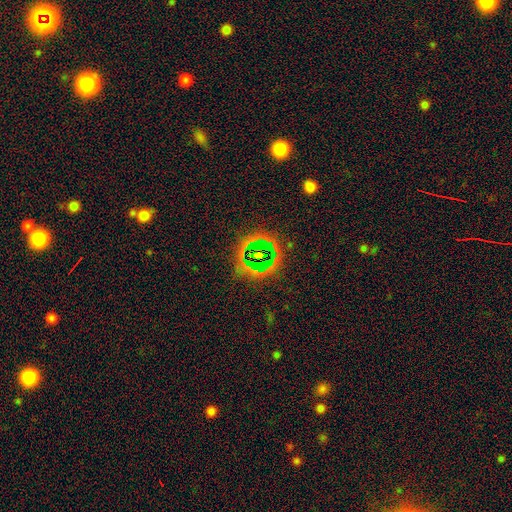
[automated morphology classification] smooth-or-featured: star or artifact: 73% | smooth: 14% | featured or disk: 12%